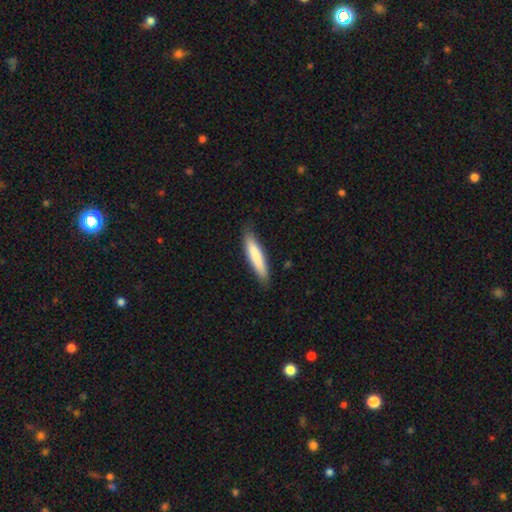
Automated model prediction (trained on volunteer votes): This is likely a smooth galaxy (79%). How rounded: clearly cigar-shaped (85%). Merging: clearly none (84%).